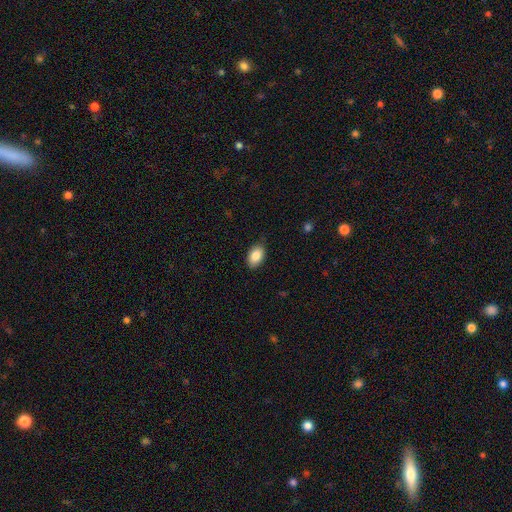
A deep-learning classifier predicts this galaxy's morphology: Smooth or featured?
  - smooth: 86% *
  - star or artifact: 7%
  - featured or disk: 7%
How rounded?
  - in between: 90% *
  - round: 9%
  - cigar-shaped: 1%
Merging?
  - none: 82% *
  - minor disturbance: 15%
  - major disturbance: 2%
  - merger: 1%